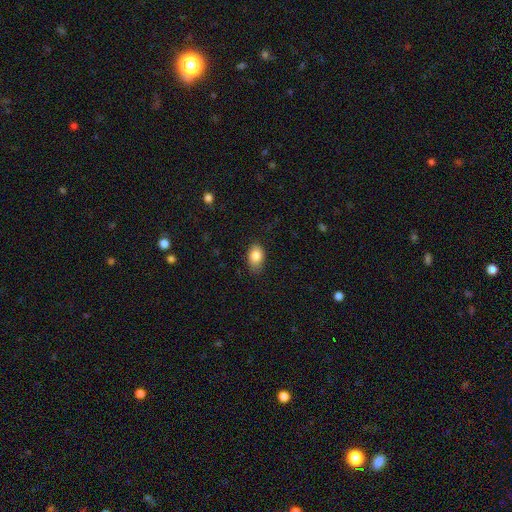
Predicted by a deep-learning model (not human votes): Smooth or featured: smooth — 85% (star or artifact — 8%)
How rounded: in between — 86% (round — 13%)
Merging: none — 79% (minor disturbance — 17%)